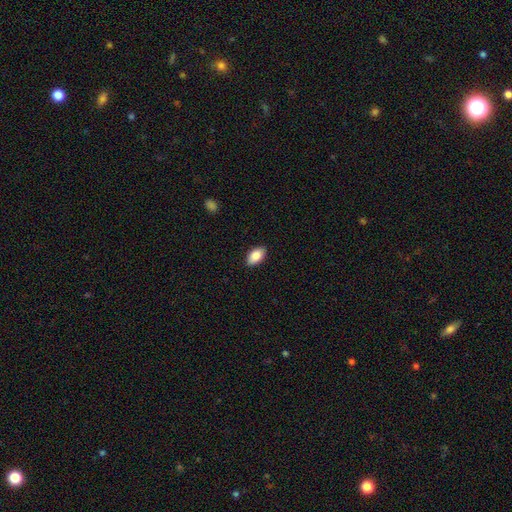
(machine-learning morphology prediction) smooth_or_featured: smooth (p=0.86) [alt: star or artifact p=0.07]
how_rounded: in between (p=0.94) [alt: round p=0.05]
merging: none (p=0.89) [alt: minor disturbance p=0.08]